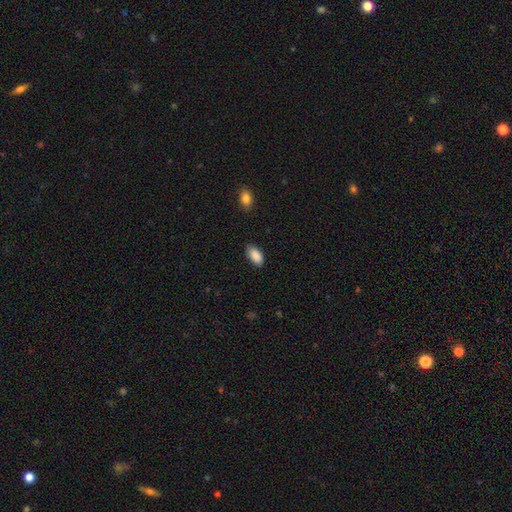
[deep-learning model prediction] This appears to be a smooth galaxy with no disk features (89%) that is in between round and cigar-shaped (93%). Merging: none (81%).